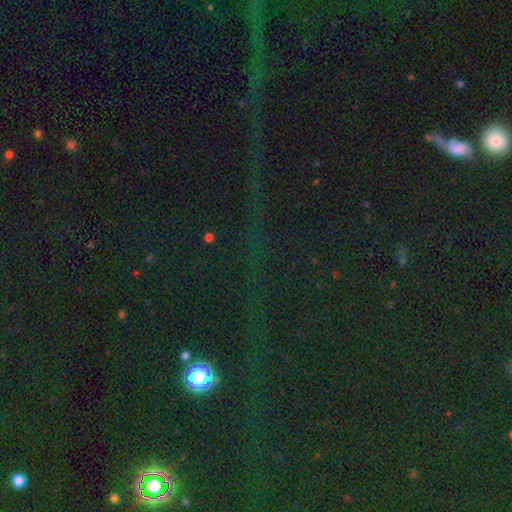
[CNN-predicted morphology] smooth-or-featured: star or artifact: 78% | smooth: 13% | featured or disk: 9%